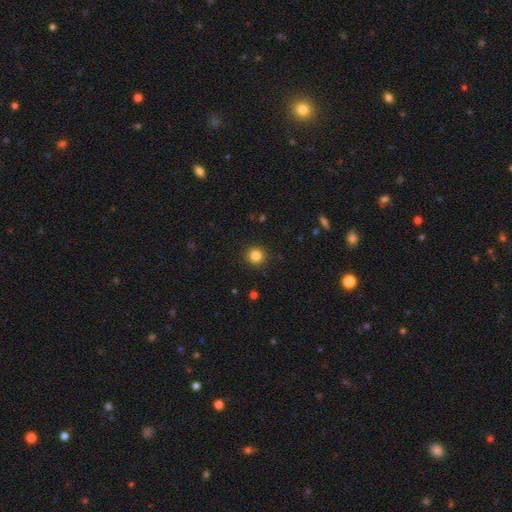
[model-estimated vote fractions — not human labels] The model was most divided on "smooth or featured": smooth: 84%, star or artifact: 11%, featured or disk: 4%. More confident: how rounded — round (94%); merging — none (92%).